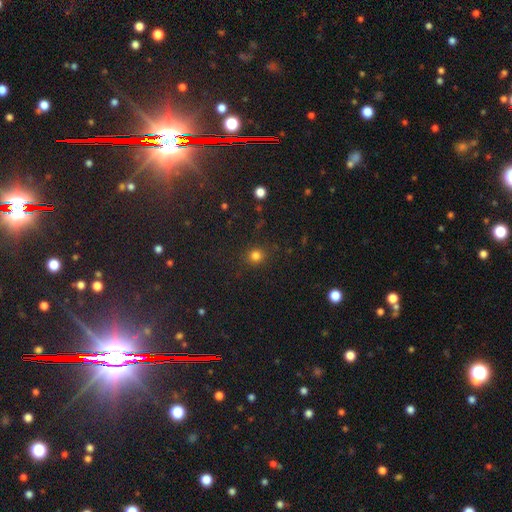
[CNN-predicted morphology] Smooth or featured?
  - smooth: 80% *
  - star or artifact: 15%
  - featured or disk: 5%
How rounded?
  - round: 87% *
  - in between: 12%
  - cigar-shaped: 1%
Merging?
  - none: 87% *
  - minor disturbance: 8%
  - major disturbance: 3%
  - merger: 1%